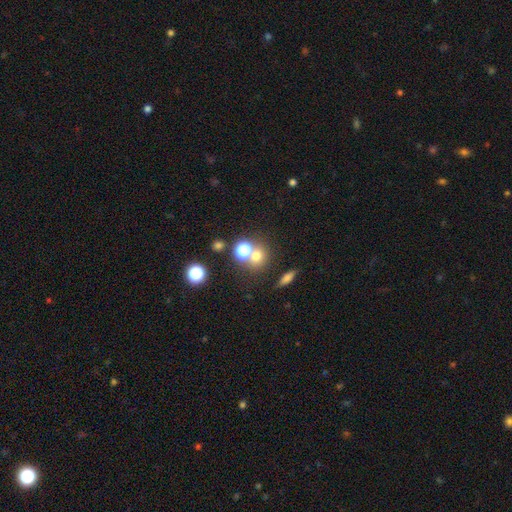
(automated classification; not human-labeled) Smooth or featured?
  - smooth: 66% *
  - star or artifact: 23%
  - featured or disk: 11%
How rounded?
  - round: 81% *
  - in between: 17%
  - cigar-shaped: 1%
Merging?
  - none: 57% *
  - merger: 31%
  - minor disturbance: 8%
  - major disturbance: 4%